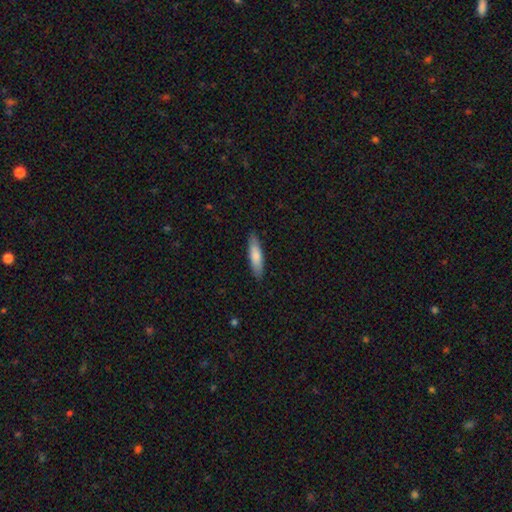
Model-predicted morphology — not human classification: Smooth or featured?
  - smooth: 81% *
  - featured or disk: 14%
  - star or artifact: 5%
How rounded?
  - cigar-shaped: 68% *
  - in between: 31%
  - round: 1%
Merging?
  - none: 88% *
  - minor disturbance: 9%
  - major disturbance: 2%
  - merger: 1%